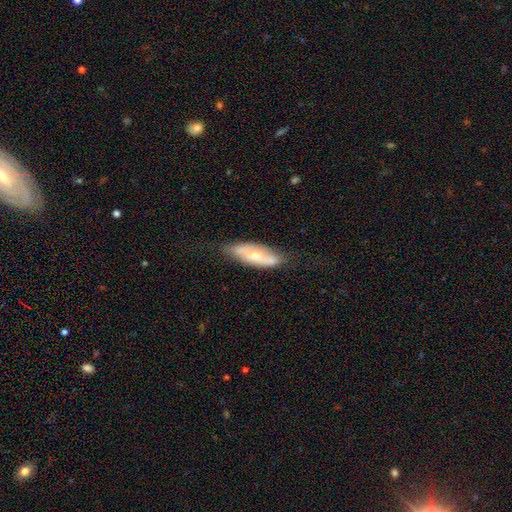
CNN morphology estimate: Smooth or featured?
  - featured or disk: 52% *
  - smooth: 41%
  - star or artifact: 6%
Edge-on disk?
  - no: 69% *
  - yes: 31%
Merging?
  - none: 61% *
  - minor disturbance: 27%
  - major disturbance: 9%
  - merger: 3%